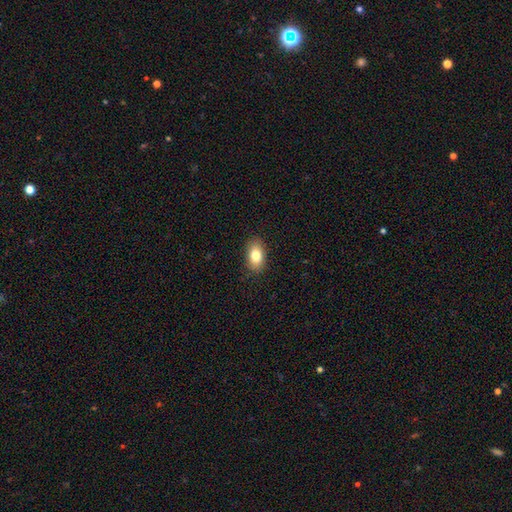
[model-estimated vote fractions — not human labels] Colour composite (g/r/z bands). It shows a smooth galaxy with no disk features (81%) that is in between round and cigar-shaped (90%). Merging: none (88%).